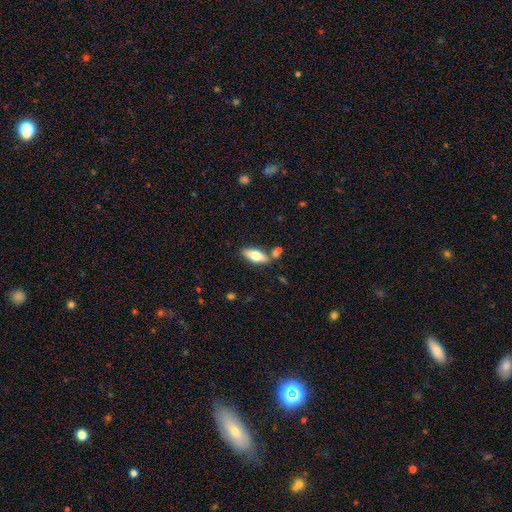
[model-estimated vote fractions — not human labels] Q: Smooth or featured?
A: smooth (66%); runner-up: featured or disk (27%)
Q: How rounded?
A: in between (73%); runner-up: cigar-shaped (24%)
Q: Merging?
A: none (75%); runner-up: minor disturbance (13%)